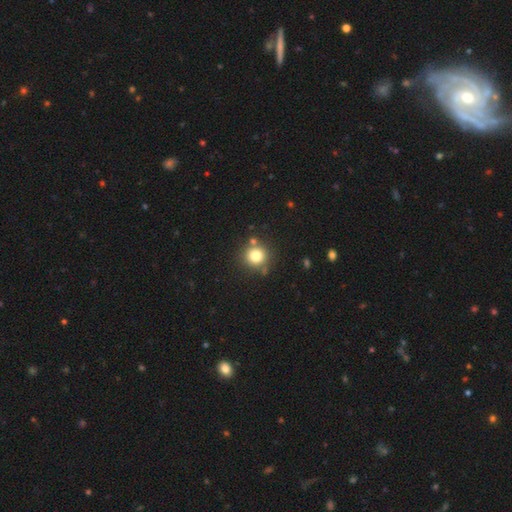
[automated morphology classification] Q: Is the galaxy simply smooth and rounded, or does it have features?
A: smooth — 79%.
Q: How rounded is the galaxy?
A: round — 93%.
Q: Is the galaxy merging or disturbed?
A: none — 79%.